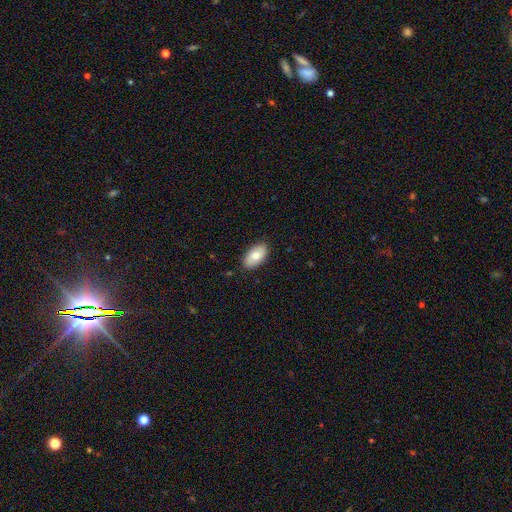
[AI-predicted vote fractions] This is likely a smooth galaxy (78%). How rounded: clearly in between (95%). Merging: clearly none (87%).